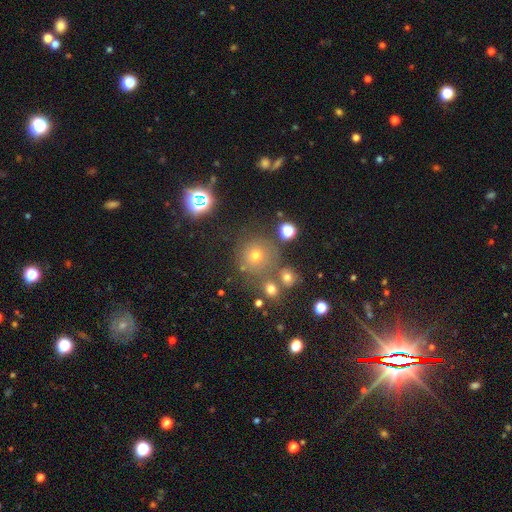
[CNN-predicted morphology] Smooth or featured: smooth — 59% (star or artifact — 29%)
How rounded: round — 93% (in between — 6%)
Merging: none — 75% (merger — 10%)